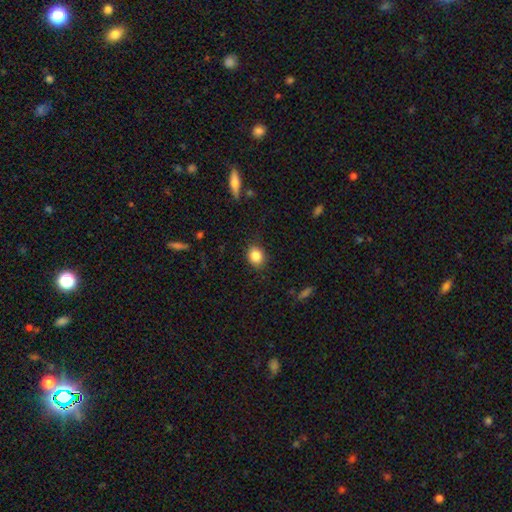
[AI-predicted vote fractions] A smooth galaxy with no disk features (85%) that is round (55%).

Vote fractions:
- Smooth or featured? smooth: 85% / star or artifact: 9% / featured or disk: 6%
- How rounded? round: 55% / in between: 44% / cigar-shaped: 1%
- Merging? none: 84% / minor disturbance: 12% / major disturbance: 3% / merger: 1%